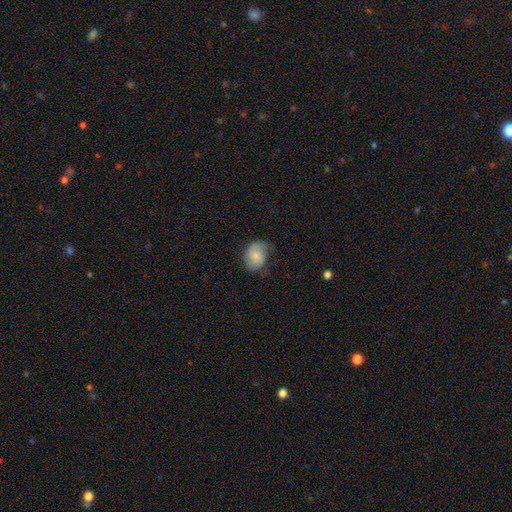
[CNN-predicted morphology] smooth_or_featured: smooth (p=0.55) [alt: featured or disk p=0.38]
how_rounded: in between (p=0.61) [alt: round p=0.38]
merging: none (p=0.52) [alt: minor disturbance p=0.32]